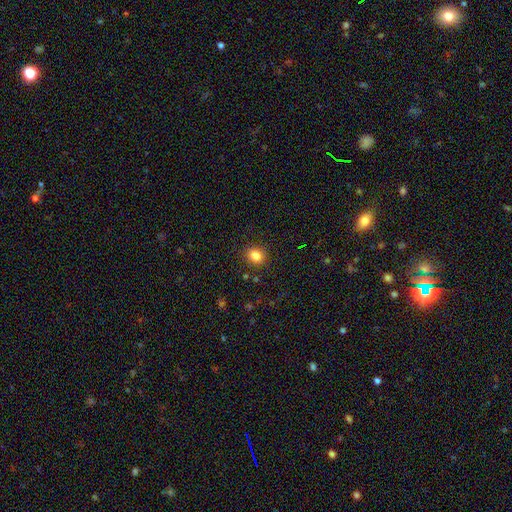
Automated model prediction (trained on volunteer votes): Morphology: type=smooth (82%); roundness=round (77%); merging=none (89%).